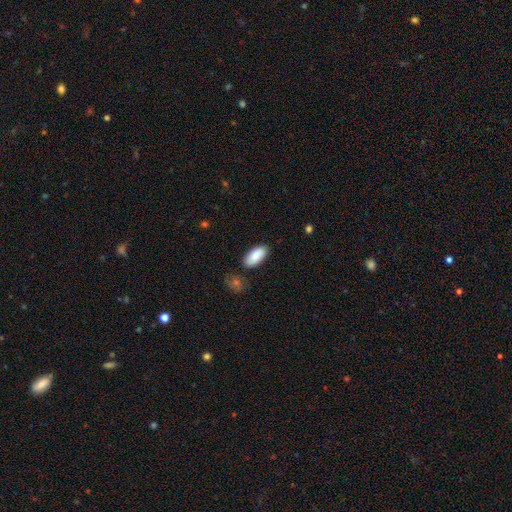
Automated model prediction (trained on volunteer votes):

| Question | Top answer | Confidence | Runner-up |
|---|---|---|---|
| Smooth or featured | smooth | 86% | featured or disk (8%) |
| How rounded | in between | 91% | cigar-shaped (7%) |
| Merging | none | 84% | minor disturbance (10%) |